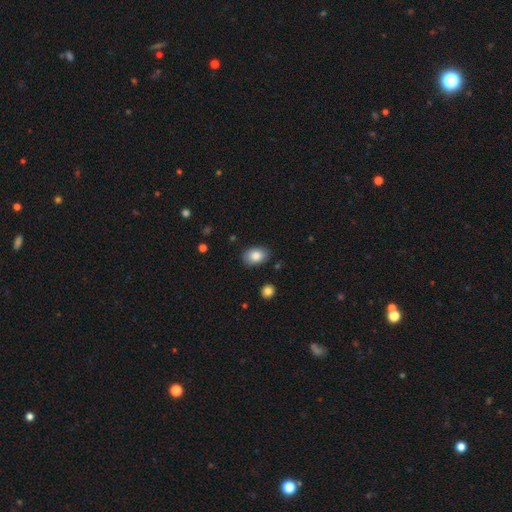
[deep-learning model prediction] Overall: smooth (86%). How rounded: in between (81%). Merging: none (86%).